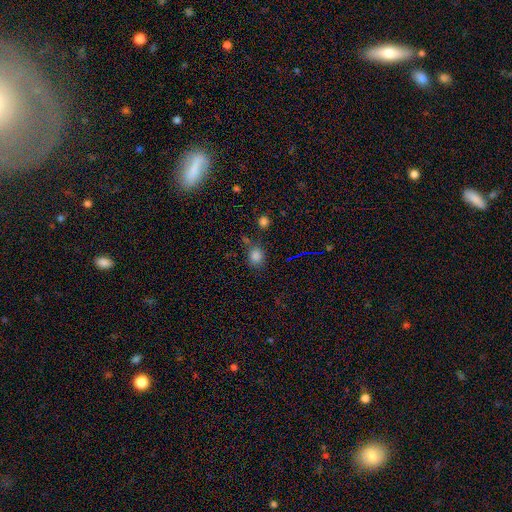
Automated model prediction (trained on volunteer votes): smooth-or-featured: smooth: 79% | star or artifact: 15% | featured or disk: 5%
  how-rounded: round: 71% | in between: 27% | cigar-shaped: 1%
  merging: none: 67% | minor disturbance: 17% | merger: 11% | major disturbance: 6%